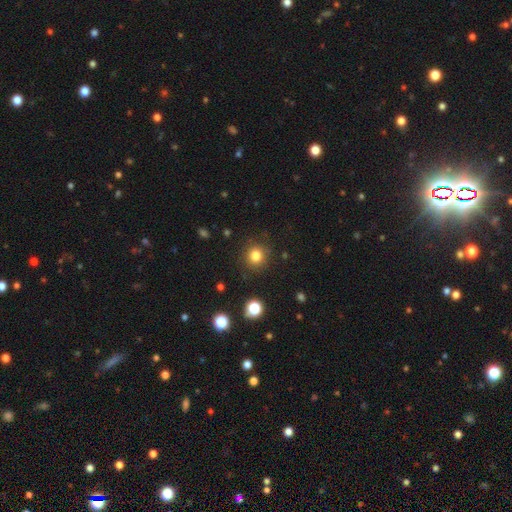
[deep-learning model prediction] A smooth galaxy with no disk features (81%) that is round (91%). Merging: none (88%).